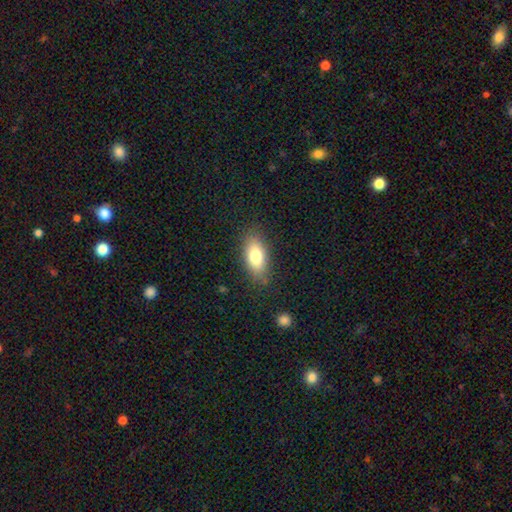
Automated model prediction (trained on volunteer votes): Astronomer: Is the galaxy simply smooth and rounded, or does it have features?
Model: smooth — 79%.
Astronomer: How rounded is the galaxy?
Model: in between — 85%.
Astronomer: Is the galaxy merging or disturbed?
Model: none — 82%.